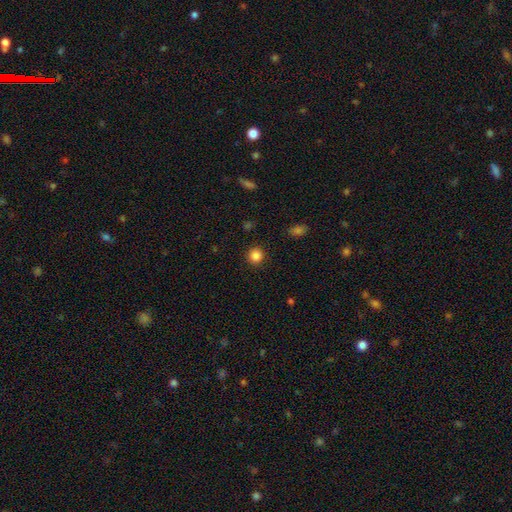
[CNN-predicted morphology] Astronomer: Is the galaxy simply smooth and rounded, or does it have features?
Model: smooth — 85%.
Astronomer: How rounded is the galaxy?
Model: round — 92%.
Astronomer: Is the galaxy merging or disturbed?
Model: none — 91%.